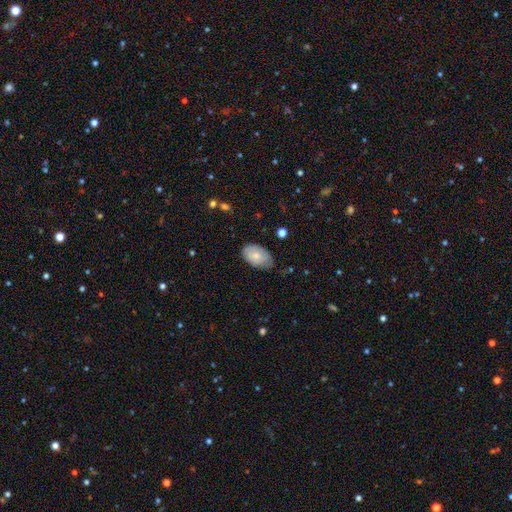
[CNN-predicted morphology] Smooth or featured: smooth — 74% (featured or disk — 20%)
How rounded: in between — 92% (round — 7%)
Merging: none — 63% (minor disturbance — 30%)